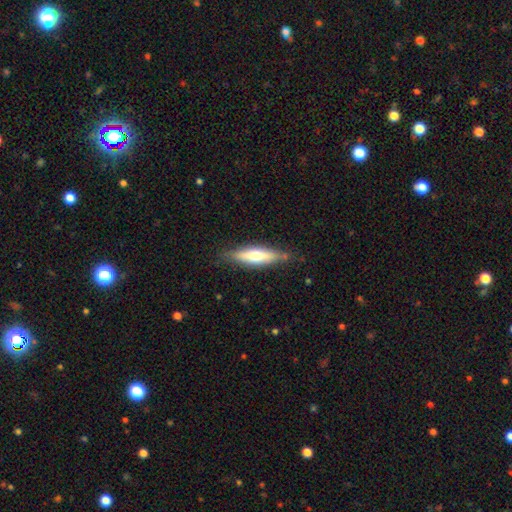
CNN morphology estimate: Smooth or featured: smooth — 54% (featured or disk — 40%)
How rounded: cigar-shaped — 66% (in between — 32%)
Merging: none — 79% (minor disturbance — 15%)